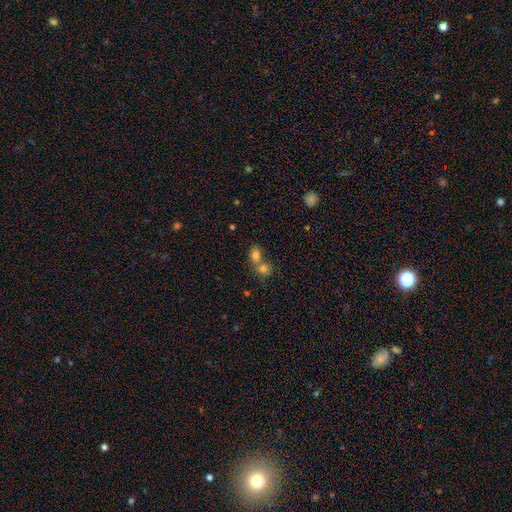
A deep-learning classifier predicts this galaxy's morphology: Smooth or featured? smooth (77%)
How rounded? in between (49%, tied with round)
Merging? merger (63%)